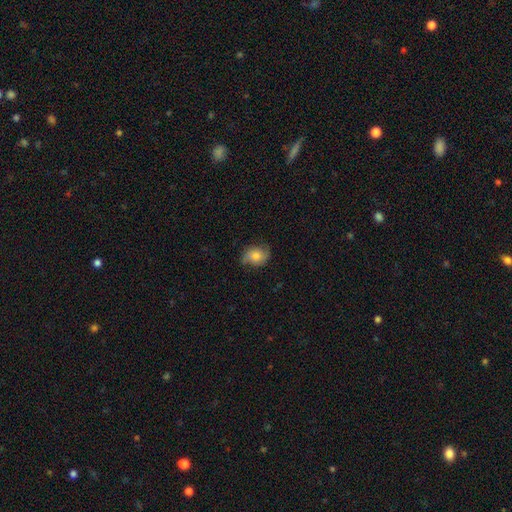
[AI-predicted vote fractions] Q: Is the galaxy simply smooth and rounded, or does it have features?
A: smooth — 56%.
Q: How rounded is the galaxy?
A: round — 59%.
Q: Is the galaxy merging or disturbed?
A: none — 66%.